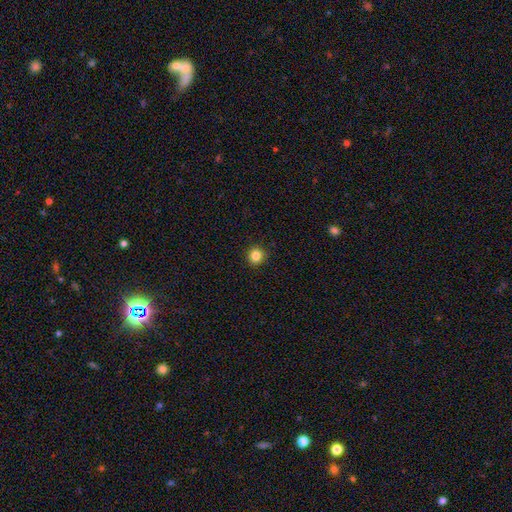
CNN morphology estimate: This is clearly a smooth galaxy (84%). How rounded: clearly round (93%). Merging: clearly none (92%).